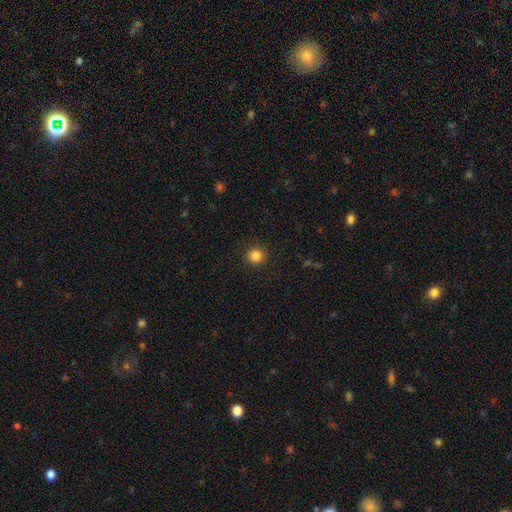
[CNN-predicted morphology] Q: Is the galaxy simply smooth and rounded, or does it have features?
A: smooth — 84%.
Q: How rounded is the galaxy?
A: round — 95%.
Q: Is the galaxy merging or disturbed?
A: none — 92%.